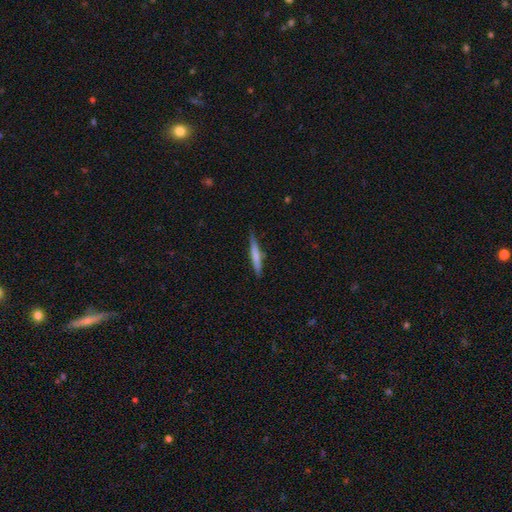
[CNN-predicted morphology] This appears to be a smooth galaxy with no disk features (61%) that is cigar-shaped (94%). Merging: none (83%).